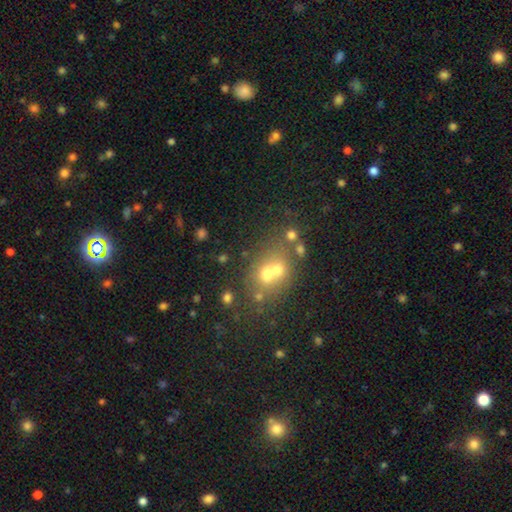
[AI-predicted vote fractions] Smooth or featured: smooth — 50% (featured or disk — 26%)
How rounded: round — 62% (in between — 36%)
Merging: merger — 48% (none — 38%)